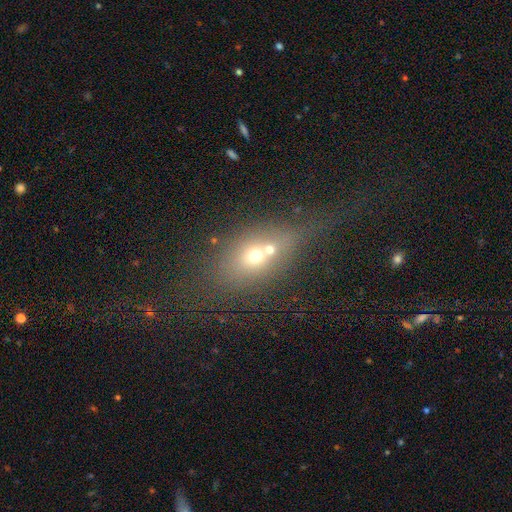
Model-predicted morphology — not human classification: Q: Smooth or featured?
A: smooth (54%); runner-up: featured or disk (28%)
Q: How rounded?
A: in between (58%); runner-up: round (35%)
Q: Merging?
A: merger (52%); runner-up: none (29%)